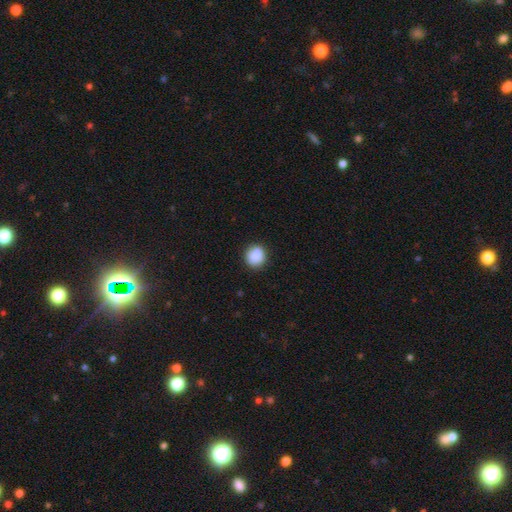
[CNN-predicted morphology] Smooth or featured: smooth — 89% (star or artifact — 8%)
How rounded: round — 85% (in between — 14%)
Merging: none — 87% (minor disturbance — 9%)